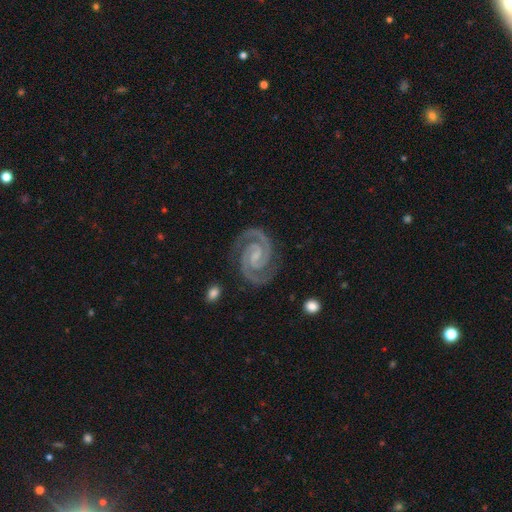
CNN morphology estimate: A featured or disk galaxy (94%) with a weak bar (45%), 2 (94%) tight (60%) spiral arms (99%) and a small central bulge (51%). Merging: none (85%).